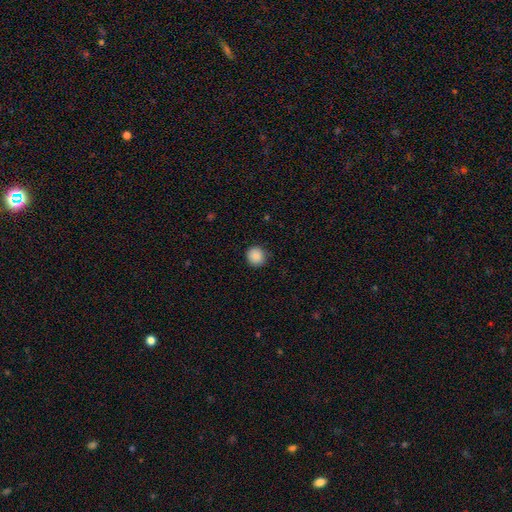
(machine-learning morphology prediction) Smooth or featured?
  - smooth: 88% *
  - star or artifact: 9%
  - featured or disk: 3%
How rounded?
  - round: 91% *
  - in between: 8%
  - cigar-shaped: 1%
Merging?
  - none: 88% *
  - minor disturbance: 9%
  - major disturbance: 2%
  - merger: 1%